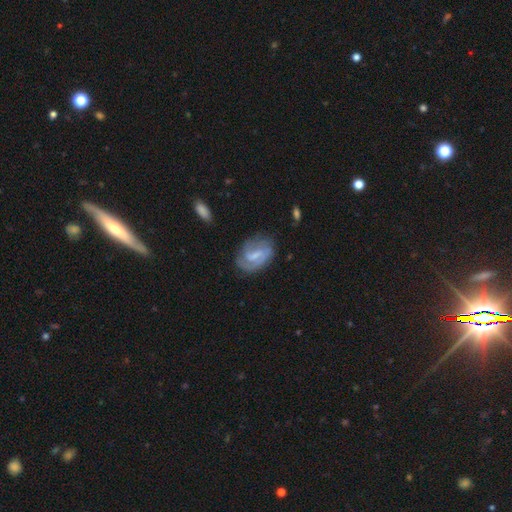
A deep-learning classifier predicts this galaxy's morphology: type=featured or disk (71%); edge-on=no (96%); bar=weak (55%); spiral arms=yes (87%); winding=tight (42%); arm count=2 (55%); bulge=small (39%); merging=none (65%).